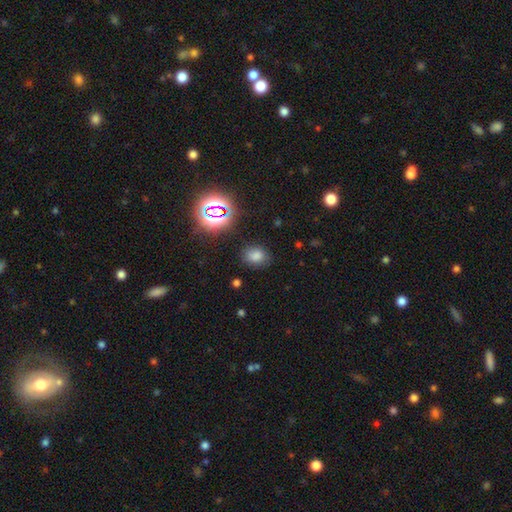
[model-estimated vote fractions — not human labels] Smooth or featured: smooth — 69% (star or artifact — 24%)
How rounded: in between — 54% (round — 45%)
Merging: none — 81% (minor disturbance — 13%)